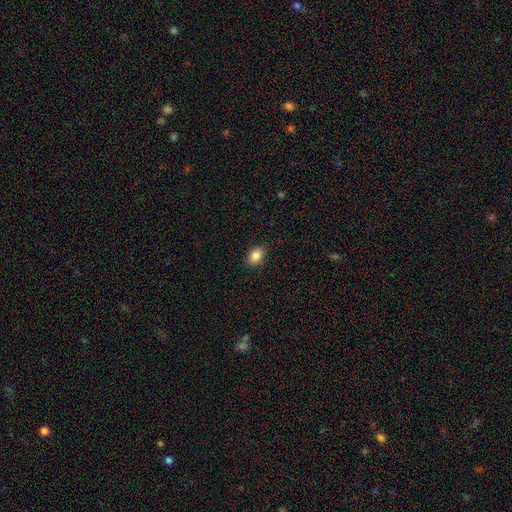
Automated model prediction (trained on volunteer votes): Q: Smooth or featured?
A: smooth (85%); runner-up: star or artifact (9%)
Q: How rounded?
A: in between (69%); runner-up: round (29%)
Q: Merging?
A: none (87%); runner-up: minor disturbance (10%)